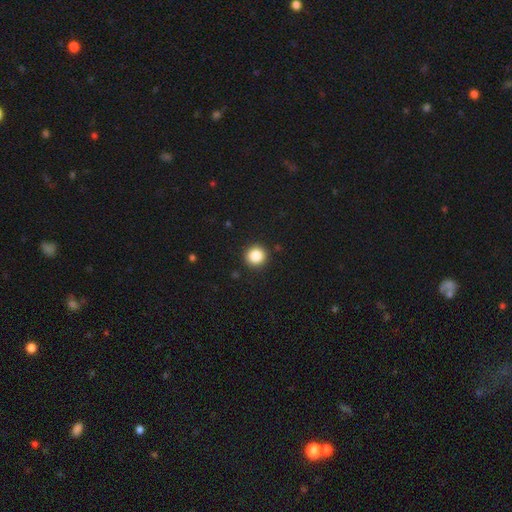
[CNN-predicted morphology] smooth 86%, star or artifact 10%, featured or disk 4%. Down the decision tree: how rounded — round (94%); merging — none (92%).